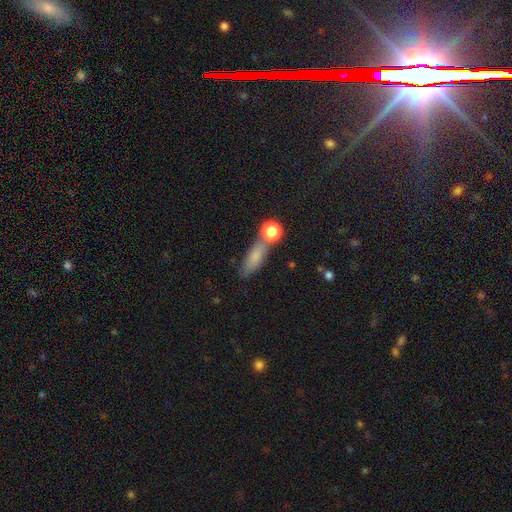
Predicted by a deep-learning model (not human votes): Smooth or featured? smooth (75%)
How rounded? in between (55%)
Merging? none (57%)